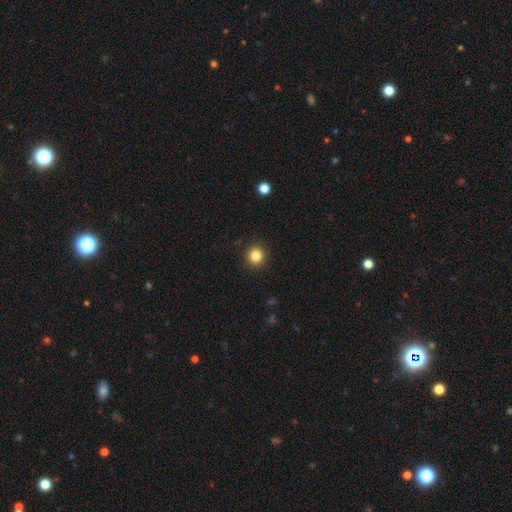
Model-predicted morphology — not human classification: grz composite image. It shows a smooth galaxy with no disk features (84%) that is round (93%). Merging: none (92%).